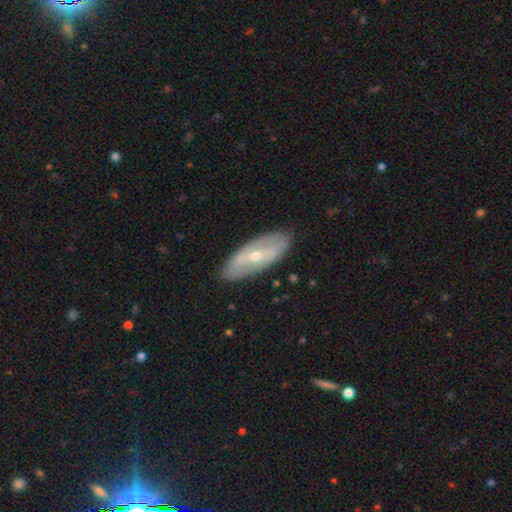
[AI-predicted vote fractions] Q: Smooth or featured?
A: featured or disk (63%); runner-up: smooth (31%)
Q: Edge-on disk?
A: no (77%); runner-up: yes (23%)
Q: Merging?
A: none (85%); runner-up: minor disturbance (11%)